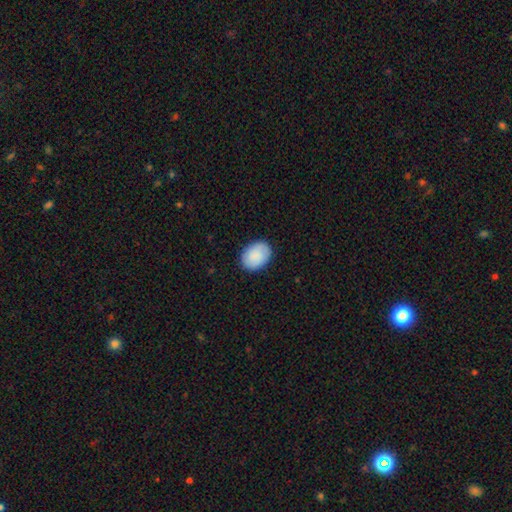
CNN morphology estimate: A smooth galaxy with no disk features (86%) that is in between round and cigar-shaped (73%).

Vote fractions:
- Smooth or featured? smooth: 86% / featured or disk: 8% / star or artifact: 6%
- How rounded? in between: 73% / round: 26% / cigar-shaped: 1%
- Merging? none: 87% / minor disturbance: 10% / major disturbance: 2% / merger: 1%